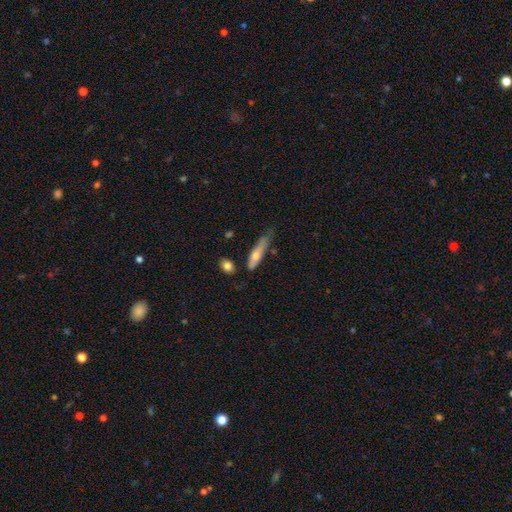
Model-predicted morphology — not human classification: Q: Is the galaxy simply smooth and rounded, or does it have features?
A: smooth — 53%.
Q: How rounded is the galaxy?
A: cigar-shaped — 78%.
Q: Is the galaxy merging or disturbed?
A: none — 53%.